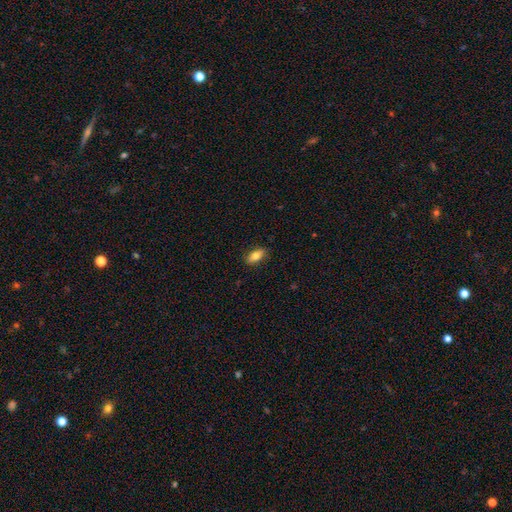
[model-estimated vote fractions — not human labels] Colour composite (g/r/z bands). It shows a smooth galaxy with no disk features (78%) that is in between round and cigar-shaped (83%). Merging: none (86%).